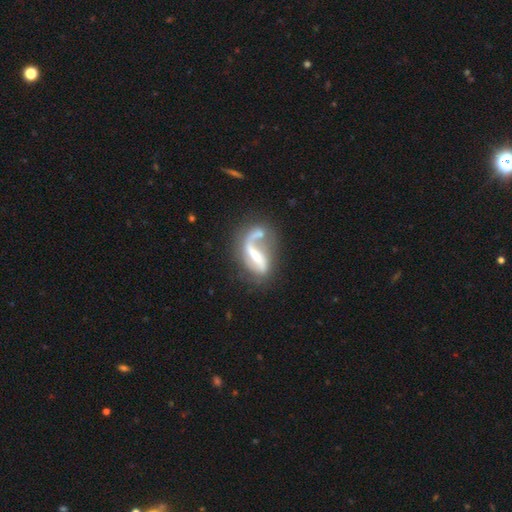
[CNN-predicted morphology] smooth-or-featured: featured or disk: 69% | smooth: 24% | star or artifact: 8%
  disk-edge-on: no: 91% | yes: 9%
    bar: strong: 48% | weak: 29% | no: 23%
    has-spiral-arms: yes: 76% | no: 24%
    bulge-size: small: 30% | moderate: 29% | none: 28% | large: 10% | dominant: 3%
  merging: major disturbance: 33% (tied) | none: 33% (tied) | merger: 18% | minor disturbance: 16%